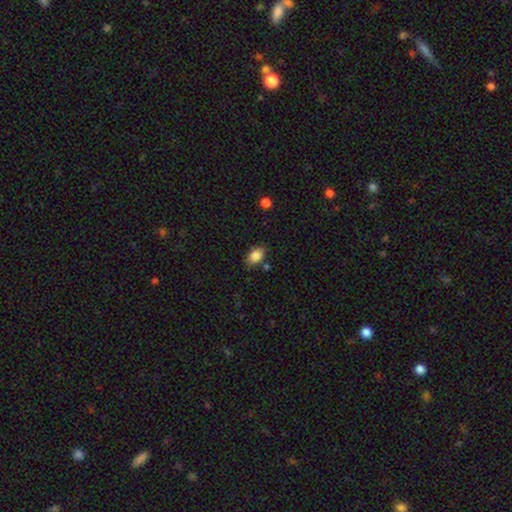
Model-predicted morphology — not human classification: The model was most divided on "merging": none: 79%, minor disturbance: 13%, merger: 4%, major disturbance: 3%. More confident: smooth or featured — smooth (87%); how rounded — in between (87%).